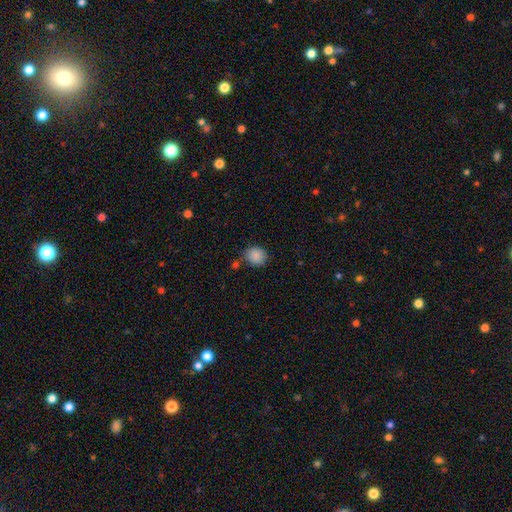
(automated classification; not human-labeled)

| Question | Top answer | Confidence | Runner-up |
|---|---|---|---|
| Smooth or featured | smooth | 88% | star or artifact (8%) |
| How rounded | round | 75% | in between (24%) |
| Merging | none | 78% | minor disturbance (13%) |